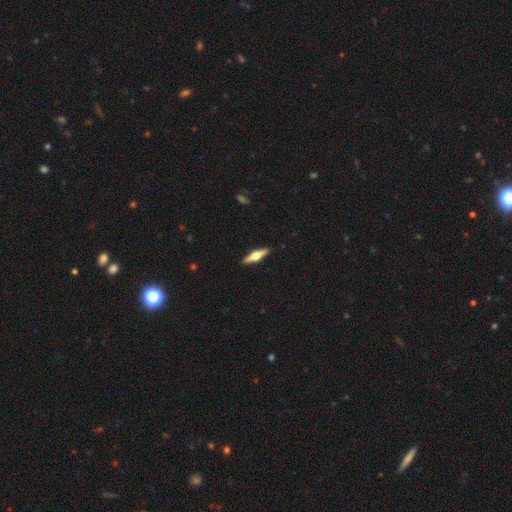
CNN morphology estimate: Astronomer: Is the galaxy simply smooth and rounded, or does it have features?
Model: featured or disk — 65%.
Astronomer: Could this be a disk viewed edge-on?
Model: yes — 96%.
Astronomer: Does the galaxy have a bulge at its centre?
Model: rounded — 95%.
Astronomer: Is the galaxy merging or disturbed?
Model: none — 91%.